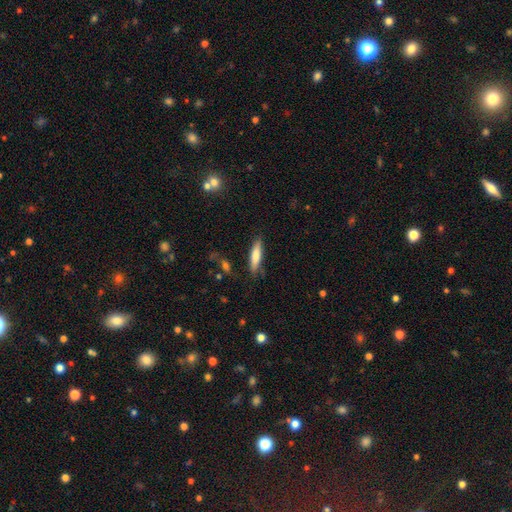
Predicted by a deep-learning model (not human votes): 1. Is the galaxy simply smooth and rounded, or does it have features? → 73% smooth, 21% featured or disk, 6% star or artifact.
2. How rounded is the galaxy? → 78% cigar-shaped, 20% in between, 1% round.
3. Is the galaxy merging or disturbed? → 80% none, 14% minor disturbance, 4% major disturbance, 2% merger.